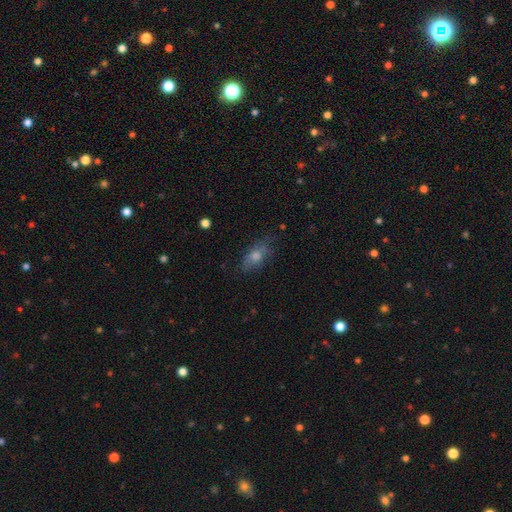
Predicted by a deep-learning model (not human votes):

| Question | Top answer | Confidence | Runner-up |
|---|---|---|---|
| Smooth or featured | smooth | 56% | featured or disk (29%) |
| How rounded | in between | 77% | cigar-shaped (13%) |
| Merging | none | 67% | minor disturbance (23%) |